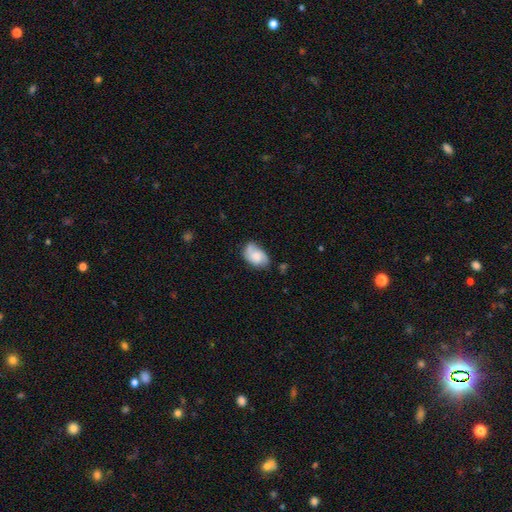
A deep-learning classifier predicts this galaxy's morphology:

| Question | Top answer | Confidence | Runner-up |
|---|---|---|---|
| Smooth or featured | smooth | 48% | featured or disk (44%) |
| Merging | none | 56% | minor disturbance (30%) |